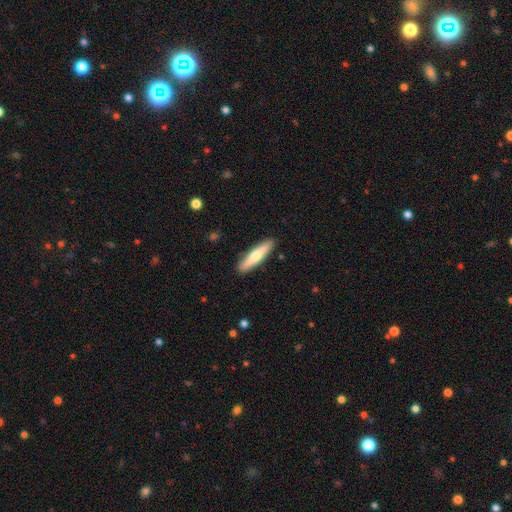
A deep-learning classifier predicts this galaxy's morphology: Smooth or featured?
  - smooth: 56% *
  - featured or disk: 39%
  - star or artifact: 5%
How rounded?
  - cigar-shaped: 82% *
  - in between: 16%
  - round: 2%
Merging?
  - none: 89% *
  - minor disturbance: 8%
  - major disturbance: 2%
  - merger: 1%